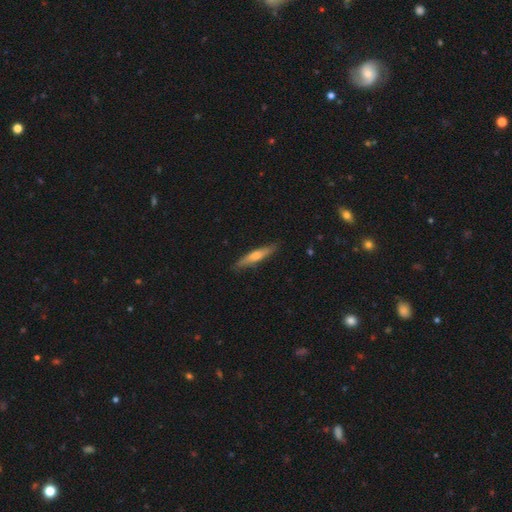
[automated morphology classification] A smooth galaxy with no disk features (56%) that is cigar-shaped (88%). Merging: none (85%).